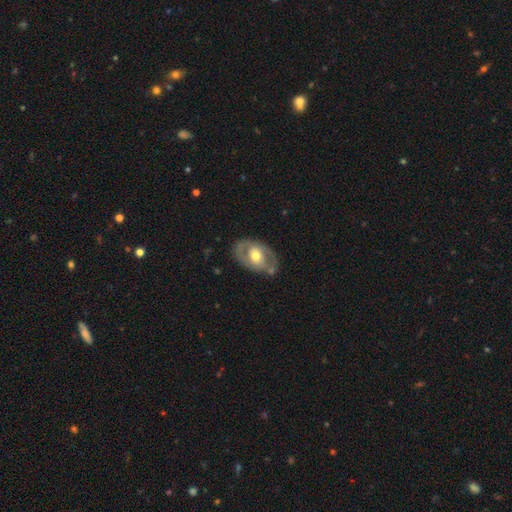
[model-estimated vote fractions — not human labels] Q: Smooth or featured?
A: featured or disk (66%); runner-up: smooth (29%)
Q: Edge-on disk?
A: no (93%); runner-up: yes (7%)
Q: Bar?
A: no (57%); runner-up: weak (30%)
Q: Spiral arms?
A: yes (52%); runner-up: no (48%)
Q: Bulge size?
A: moderate (71%); runner-up: small (15%)
Q: Merging?
A: none (71%); runner-up: minor disturbance (18%)